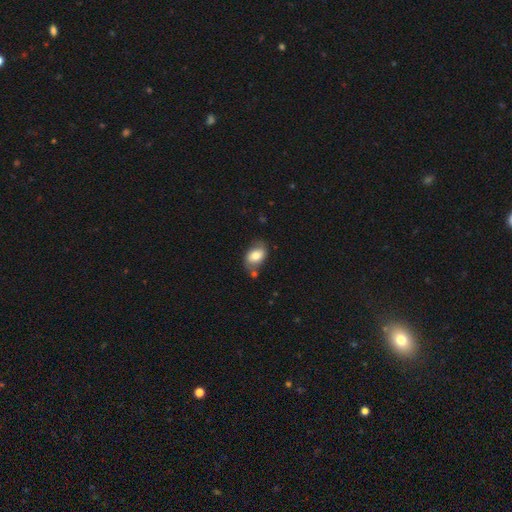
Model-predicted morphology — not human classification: Smooth or featured? Predicted: smooth (p=0.74). How rounded? Predicted: in between (p=0.84). Merging? Predicted: none (p=0.62).